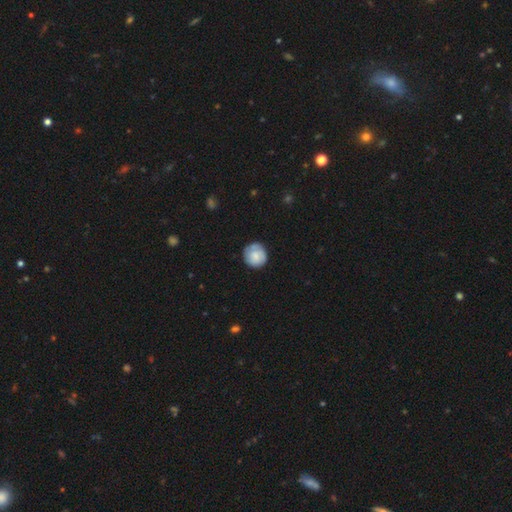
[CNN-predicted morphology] Smooth or featured?
  - smooth: 74% *
  - featured or disk: 19%
  - star or artifact: 7%
How rounded?
  - round: 91% *
  - in between: 8%
  - cigar-shaped: 1%
Merging?
  - none: 76% *
  - minor disturbance: 19%
  - major disturbance: 4%
  - merger: 2%